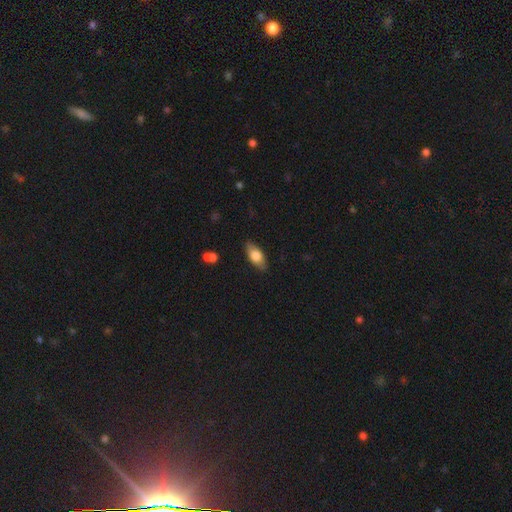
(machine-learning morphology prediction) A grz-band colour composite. It shows a smooth galaxy with no disk features (73%) that is in between round and cigar-shaped (87%). Merging: none (84%).